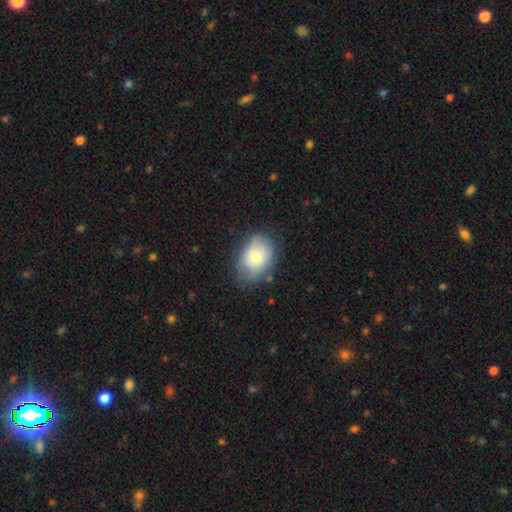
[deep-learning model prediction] A smooth galaxy with no disk features (72%) that is in between round and cigar-shaped (71%).

Vote fractions:
- Smooth or featured? smooth: 72% / featured or disk: 20% / star or artifact: 8%
- How rounded? in between: 71% / round: 28% / cigar-shaped: 1%
- Merging? none: 63% / minor disturbance: 28% / major disturbance: 7% / merger: 2%